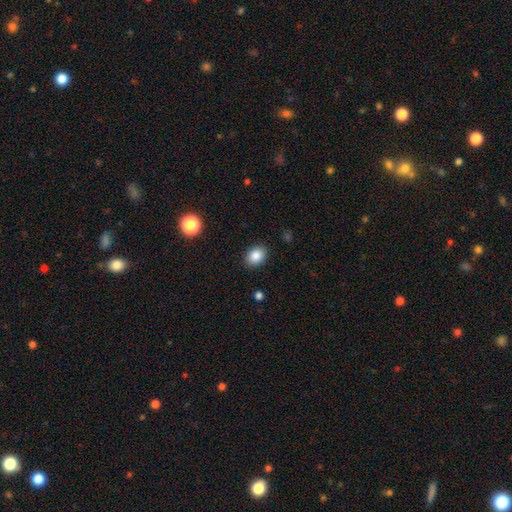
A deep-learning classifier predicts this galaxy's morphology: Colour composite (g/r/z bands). It shows a smooth galaxy with no disk features (86%) that is in between round and cigar-shaped (63%). Merging: none (88%).